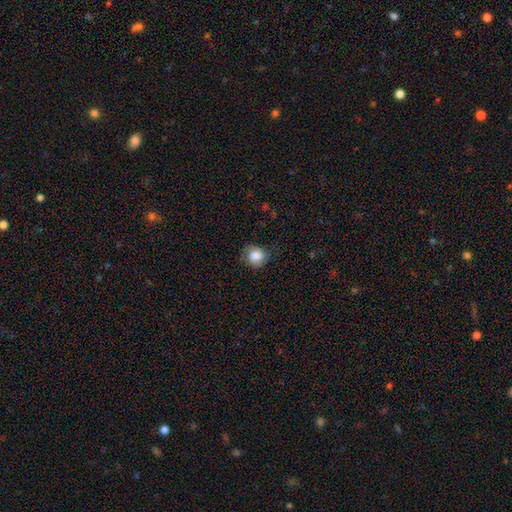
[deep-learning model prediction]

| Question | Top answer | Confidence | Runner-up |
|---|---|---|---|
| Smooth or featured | smooth | 82% | featured or disk (10%) |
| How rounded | round | 80% | in between (19%) |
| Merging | none | 68% | minor disturbance (24%) |